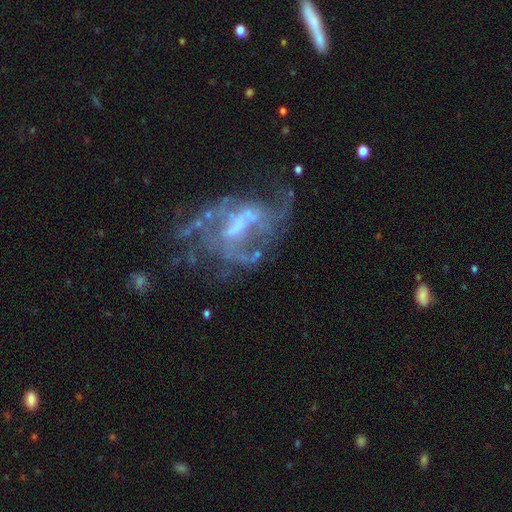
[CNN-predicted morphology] Q: Smooth or featured?
A: featured or disk (77%); runner-up: star or artifact (12%)
Q: Edge-on disk?
A: no (97%); runner-up: yes (3%)
Q: Bar?
A: no (42%); runner-up: weak (38%)
Q: Spiral arms?
A: yes (59%); runner-up: no (41%)
Q: Bulge size?
A: none (39%); runner-up: moderate (28%)
Q: Merging?
A: none (37%); runner-up: major disturbance (36%)